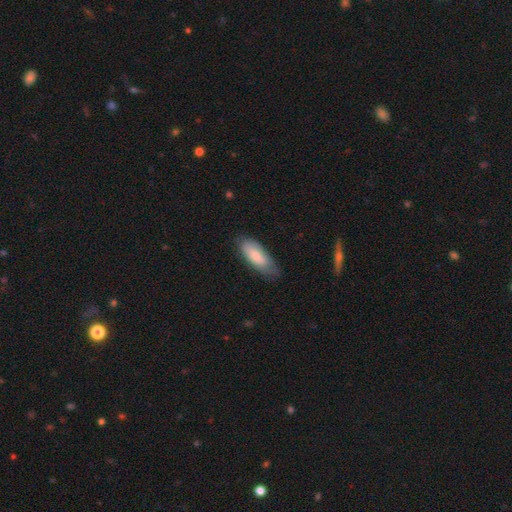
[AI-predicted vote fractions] A smooth galaxy with no disk features (76%) that is in between round and cigar-shaped (78%). Merging: none (65%).